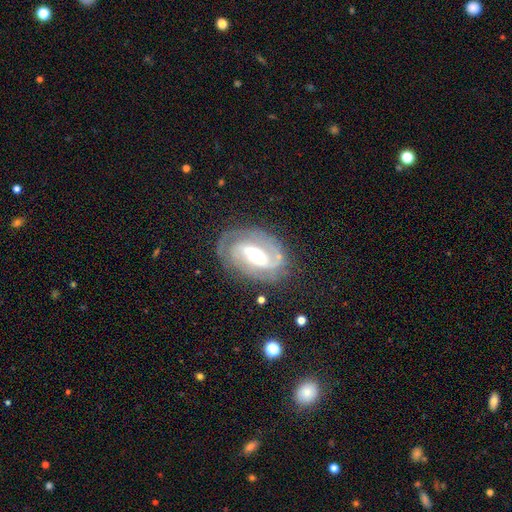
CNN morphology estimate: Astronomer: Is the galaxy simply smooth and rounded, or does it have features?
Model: featured or disk — 85%.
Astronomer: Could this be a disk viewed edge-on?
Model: no — 96%.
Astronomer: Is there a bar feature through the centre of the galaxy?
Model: strong — 46% (runner-up: weak, 37%).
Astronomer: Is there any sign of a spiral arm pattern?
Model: yes — 92%.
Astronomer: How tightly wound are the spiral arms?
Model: tight — 43% (runner-up: medium, 42%).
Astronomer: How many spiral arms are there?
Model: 2 — 82%.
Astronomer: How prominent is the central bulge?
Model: moderate — 64%.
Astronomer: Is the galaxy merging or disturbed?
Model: none — 75%.